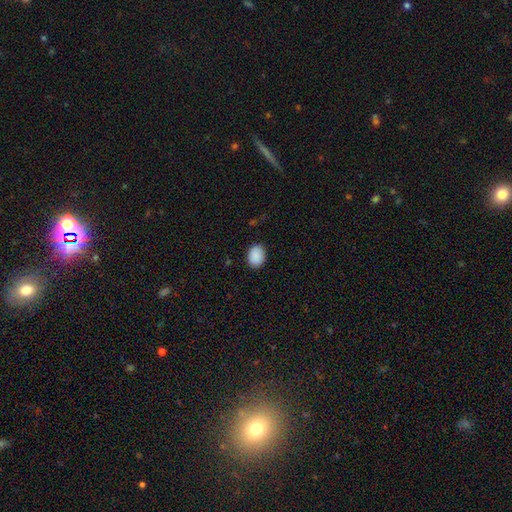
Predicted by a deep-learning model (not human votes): This is clearly a smooth galaxy (90%). How rounded: likely in between (63%). Merging: clearly none (86%).